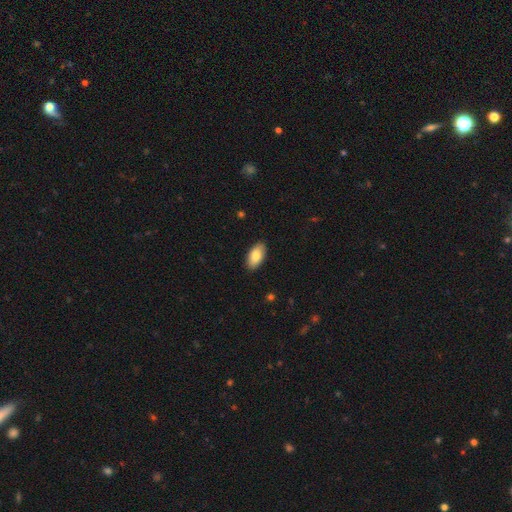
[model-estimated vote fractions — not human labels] Q: Smooth or featured?
A: smooth (84%); runner-up: featured or disk (10%)
Q: How rounded?
A: in between (94%); runner-up: cigar-shaped (4%)
Q: Merging?
A: none (89%); runner-up: minor disturbance (9%)